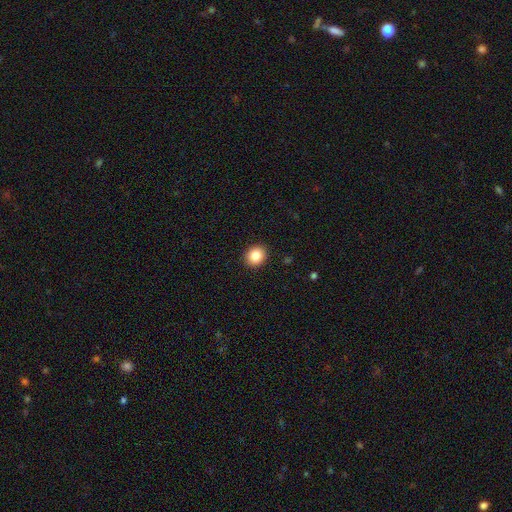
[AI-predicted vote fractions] This appears to be a smooth galaxy with no disk features (85%) that is round (74%). Merging: none (91%).